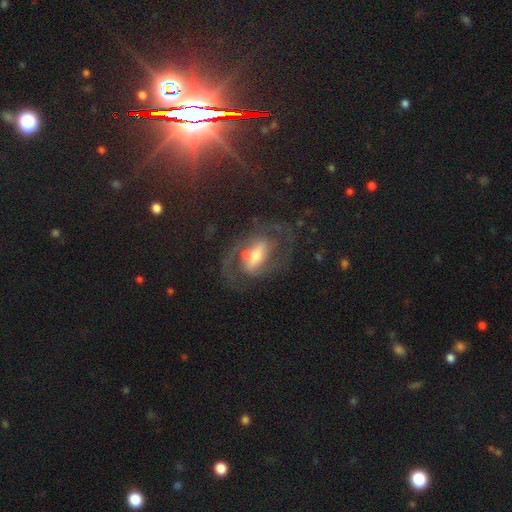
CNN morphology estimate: Q: Smooth or featured?
A: featured or disk (76%); runner-up: smooth (13%)
Q: Edge-on disk?
A: no (94%); runner-up: yes (6%)
Q: Bar?
A: strong (44%); runner-up: weak (37%)
Q: Spiral arms?
A: yes (88%); runner-up: no (12%)
Q: Spiral winding?
A: medium (50%); runner-up: tight (30%)
Q: Spiral arm count?
A: 2 (80%); runner-up: can't tell (9%)
Q: Bulge size?
A: moderate (51%); runner-up: small (32%)
Q: Merging?
A: none (60%); runner-up: major disturbance (19%)